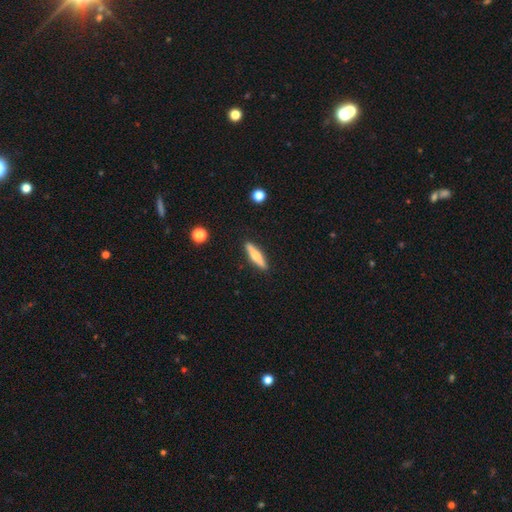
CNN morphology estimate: This appears to be a smooth galaxy with no disk features (48%). Merging: none (89%).